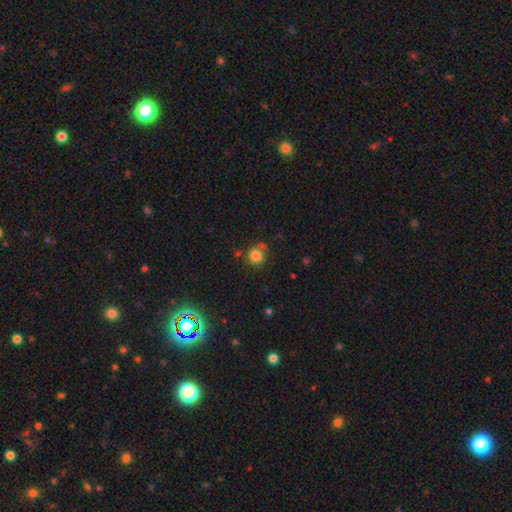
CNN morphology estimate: This is clearly a smooth galaxy (81%). How rounded: clearly round (89%). Merging: likely none (74%).